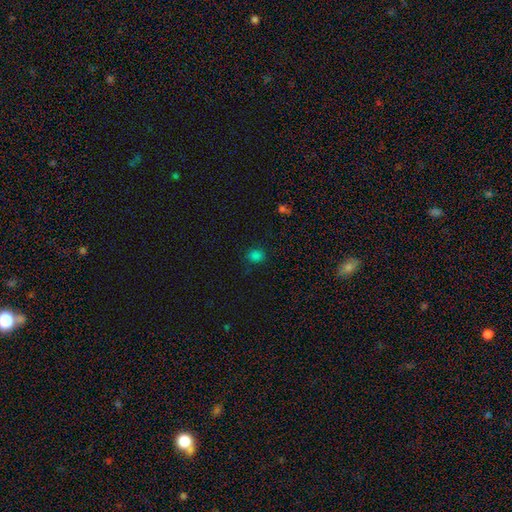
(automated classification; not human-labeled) The model was most divided on "how rounded": round: 65%, in between: 34%, cigar-shaped: 1%. More confident: merging — none (85%); smooth or featured — smooth (78%).